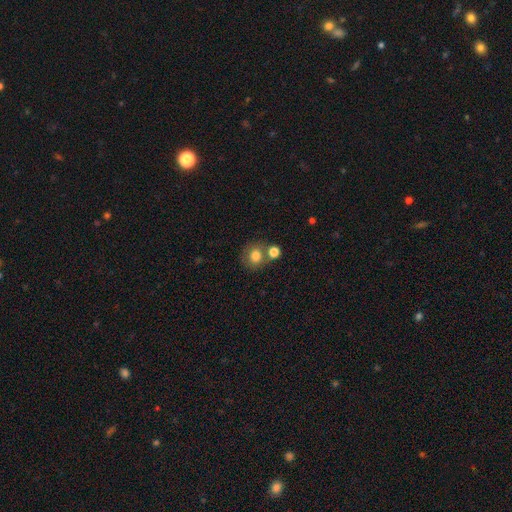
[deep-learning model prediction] This is likely a smooth galaxy (78%). How rounded: likely round (79%). Merging: possibly none (56%).